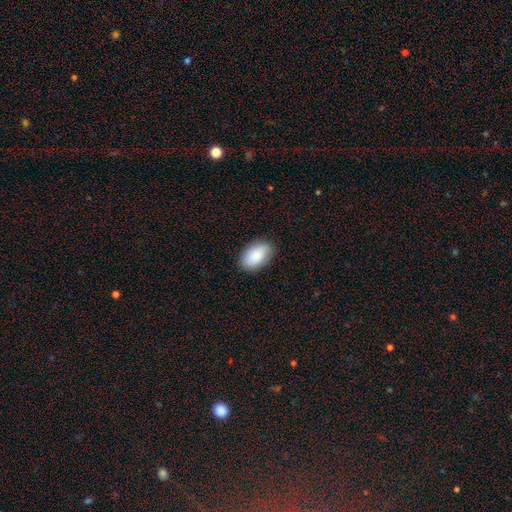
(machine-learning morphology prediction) Smooth or featured? Predicted: smooth (p=0.88). How rounded? Predicted: in between (p=0.93). Merging? Predicted: none (p=0.86).